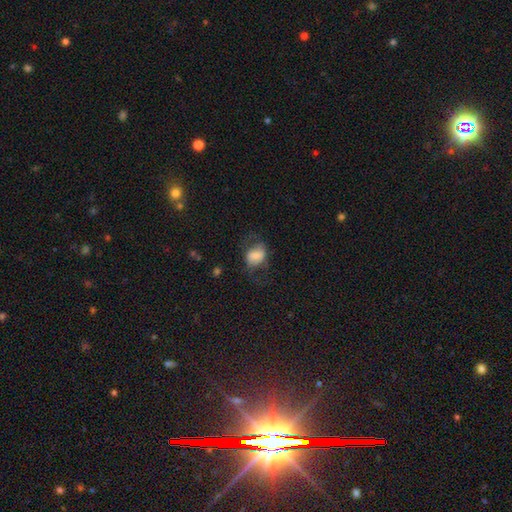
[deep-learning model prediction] smooth-or-featured: smooth: 65% | featured or disk: 27% | star or artifact: 9%
  how-rounded: in between: 67% | round: 31% | cigar-shaped: 1%
  merging: none: 48% | major disturbance: 25% | minor disturbance: 24% | merger: 2%